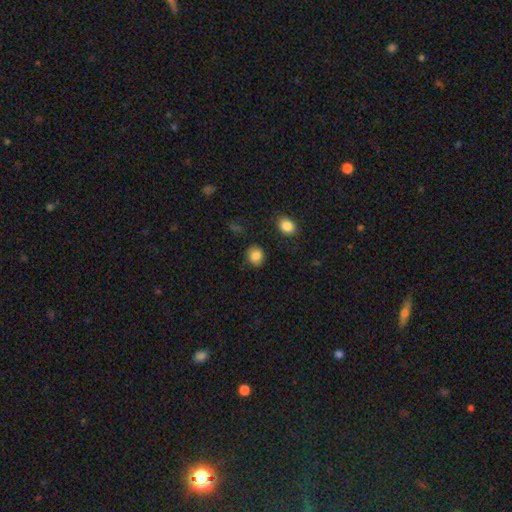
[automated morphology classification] smooth 86%, star or artifact 9%, featured or disk 5%. Down the decision tree: how rounded — round (74%); merging — none (84%).